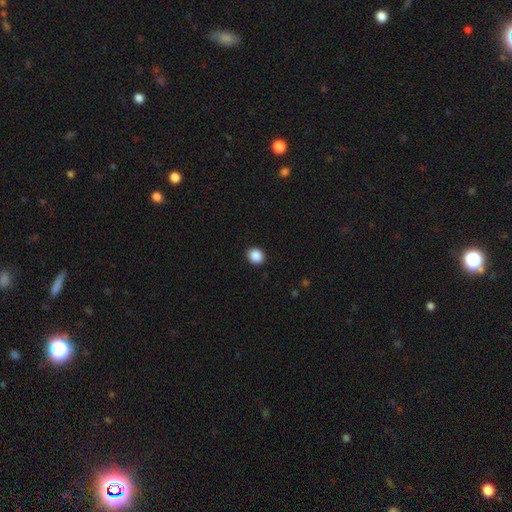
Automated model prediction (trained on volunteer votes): The model was most divided on "how rounded": round: 73%, in between: 26%, cigar-shaped: 1%. More confident: merging — none (92%); smooth or featured — smooth (89%).